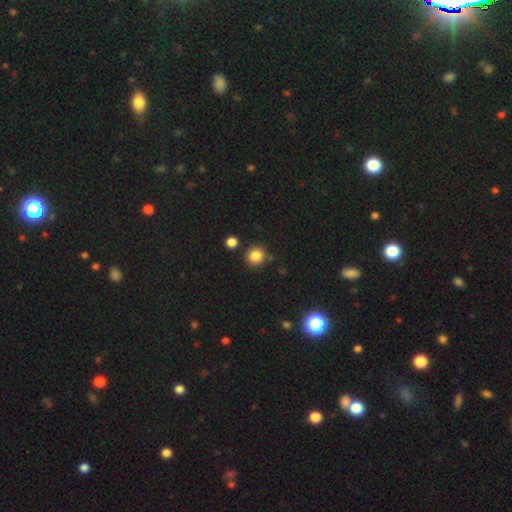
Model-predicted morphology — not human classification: smooth 84%, star or artifact 12%, featured or disk 4%. Down the decision tree: how rounded — round (92%); merging — none (83%).